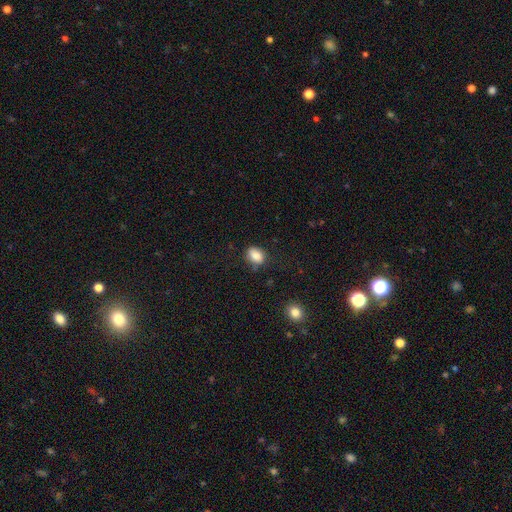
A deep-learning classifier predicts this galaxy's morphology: Smooth or featured?
  - smooth: 82% *
  - star or artifact: 9%
  - featured or disk: 8%
How rounded?
  - in between: 63% *
  - round: 36%
  - cigar-shaped: 1%
Merging?
  - none: 72% *
  - minor disturbance: 20%
  - major disturbance: 5%
  - merger: 3%